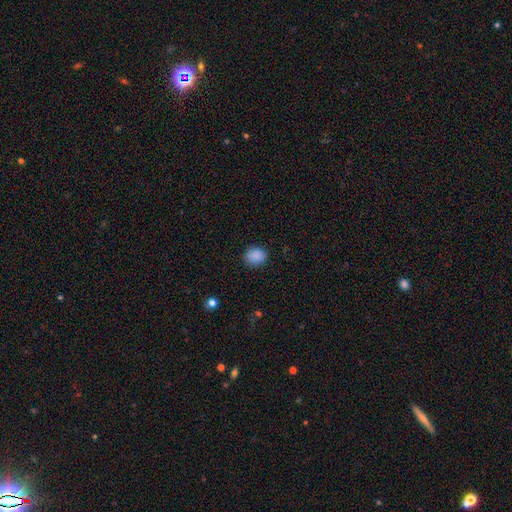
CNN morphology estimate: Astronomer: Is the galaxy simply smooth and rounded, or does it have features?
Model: smooth — 88%.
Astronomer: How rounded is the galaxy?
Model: round — 65%.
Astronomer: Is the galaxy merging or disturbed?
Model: none — 86%.